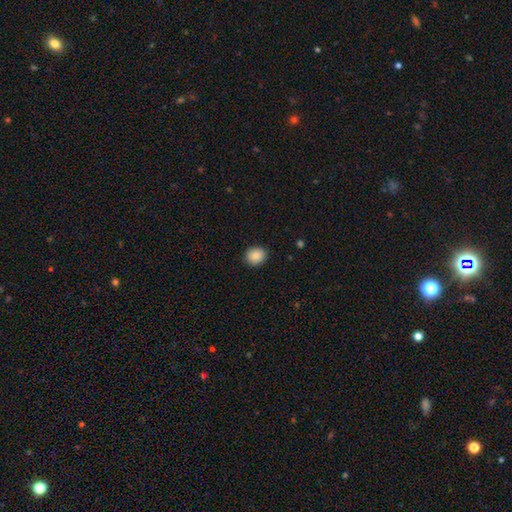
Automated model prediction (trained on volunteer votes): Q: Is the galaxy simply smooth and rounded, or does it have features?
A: smooth — 87%.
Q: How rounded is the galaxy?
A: round — 73%.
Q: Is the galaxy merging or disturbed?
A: none — 90%.